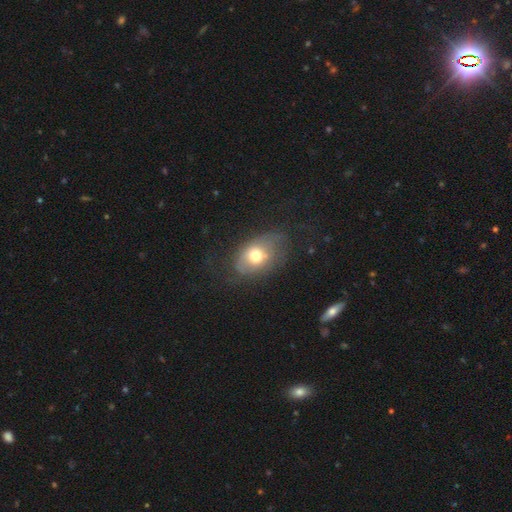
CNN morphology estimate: Overall: smooth (63%; featured or disk 28%). How rounded: in between (79%). Merging: none (48%; minor disturbance 29%).